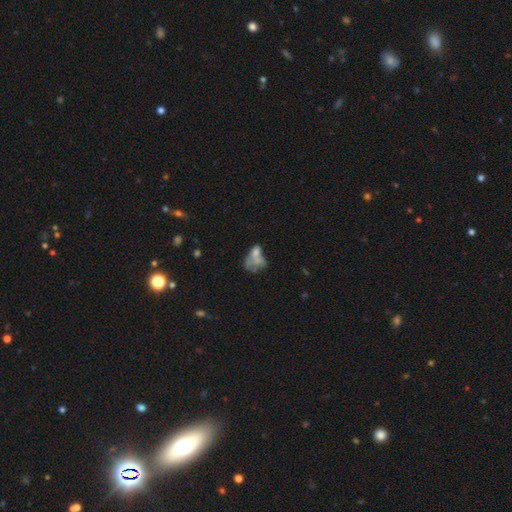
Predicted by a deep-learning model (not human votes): smooth_or_featured: smooth (p=0.49) [alt: featured or disk p=0.37]
merging: merger (p=0.33) [alt: major disturbance p=0.29]